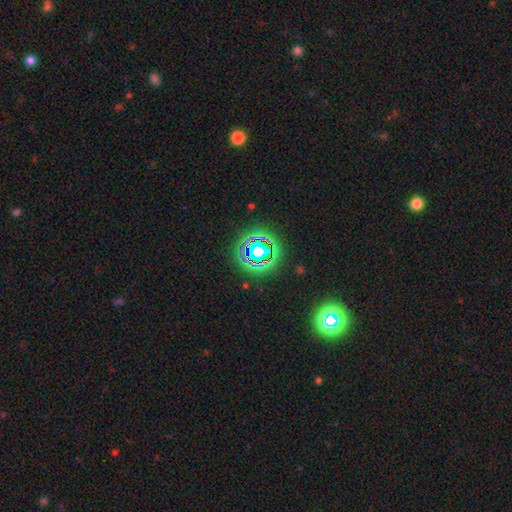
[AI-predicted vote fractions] star or artifact 76%, smooth 16%, featured or disk 8%.